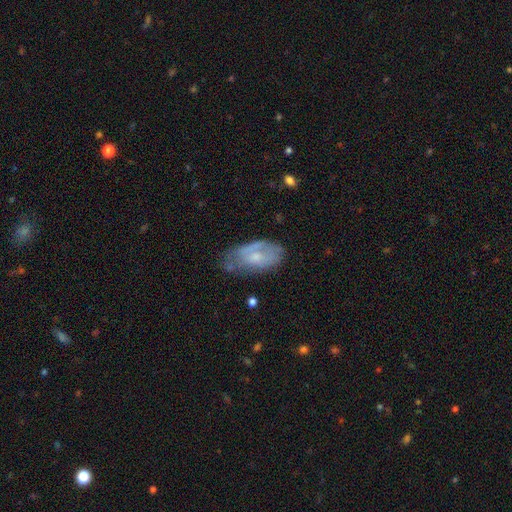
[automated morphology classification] type=smooth (48%); merging=none (46%).